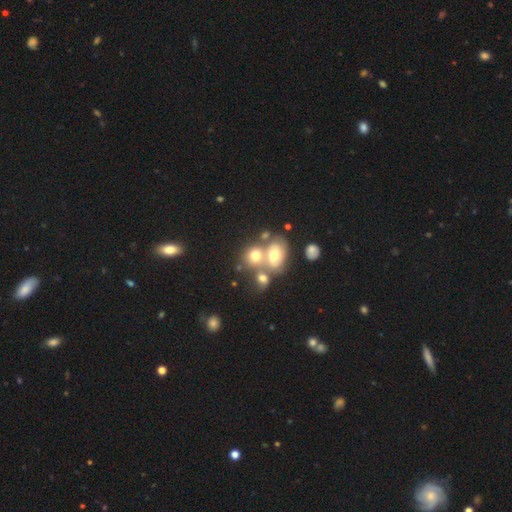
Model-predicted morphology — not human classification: smooth-or-featured: smooth: 62% | featured or disk: 24% | star or artifact: 14%
  how-rounded: round: 51% | in between: 48% | cigar-shaped: 1%
  merging: merger: 51% | none: 32% | minor disturbance: 10% | major disturbance: 6%